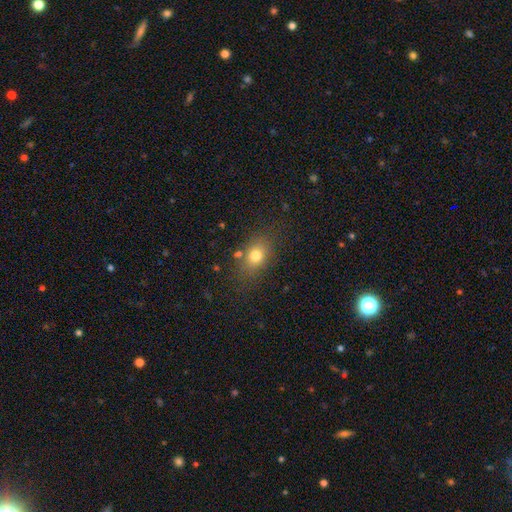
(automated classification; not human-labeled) Smooth or featured? smooth (76%)
How rounded? in between (64%)
Merging? none (77%)